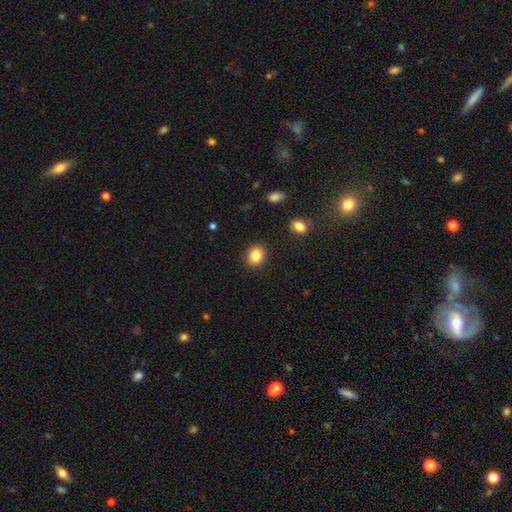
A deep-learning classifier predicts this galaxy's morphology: Smooth or featured? Predicted: smooth (p=0.86). How rounded? Predicted: round (p=0.70). Merging? Predicted: none (p=0.90).